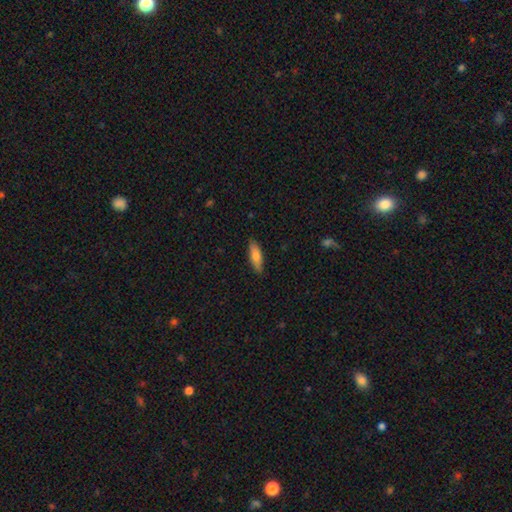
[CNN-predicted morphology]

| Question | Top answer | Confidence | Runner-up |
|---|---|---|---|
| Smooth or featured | smooth | 75% | featured or disk (19%) |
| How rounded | cigar-shaped | 51% | in between (47%) |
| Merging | none | 87% | minor disturbance (10%) |